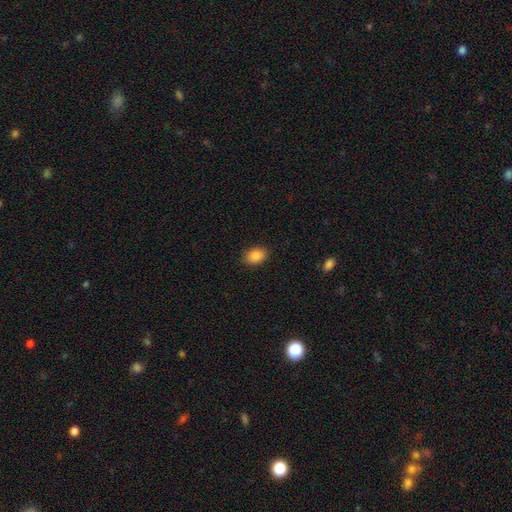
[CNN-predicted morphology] type=smooth (88%); roundness=in between (81%); merging=none (88%).